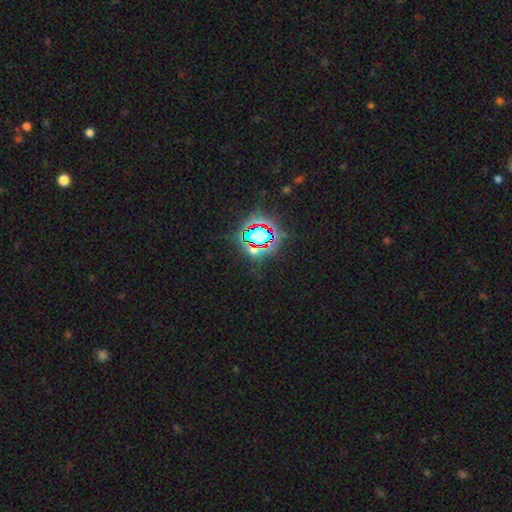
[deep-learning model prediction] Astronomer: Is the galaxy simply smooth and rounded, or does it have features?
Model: star or artifact — 82%.